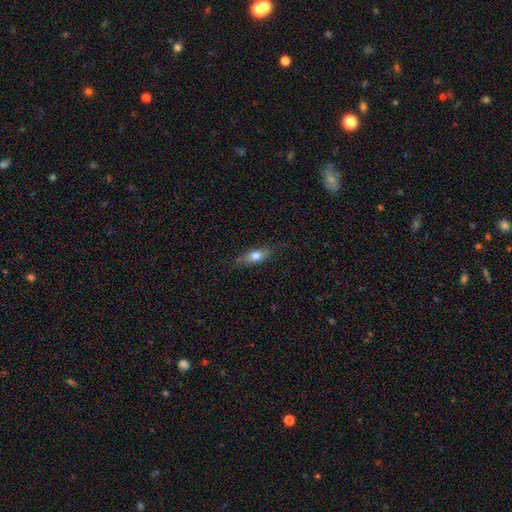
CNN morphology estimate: A smooth galaxy with no disk features (72%) that is in between round and cigar-shaped (73%). Merging: none (73%).